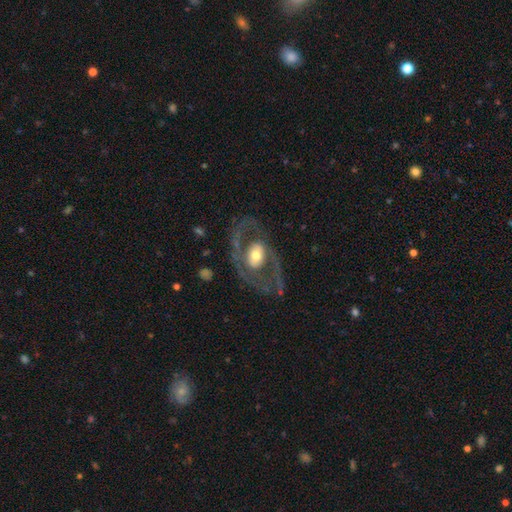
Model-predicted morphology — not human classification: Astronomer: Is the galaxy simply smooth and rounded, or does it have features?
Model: featured or disk — 72%.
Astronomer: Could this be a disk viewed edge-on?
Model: no — 93%.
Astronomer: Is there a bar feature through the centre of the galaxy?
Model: no — 64%.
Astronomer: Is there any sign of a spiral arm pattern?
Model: yes — 50%, tied with no at 50%.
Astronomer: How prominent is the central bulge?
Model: moderate — 59%.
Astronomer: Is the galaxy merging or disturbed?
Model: none — 67%.